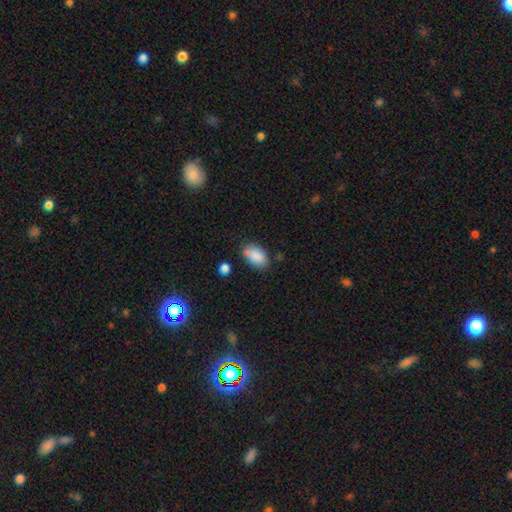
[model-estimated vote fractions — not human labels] Overall: smooth (87%). How rounded: in between (92%). Merging: none (70%).